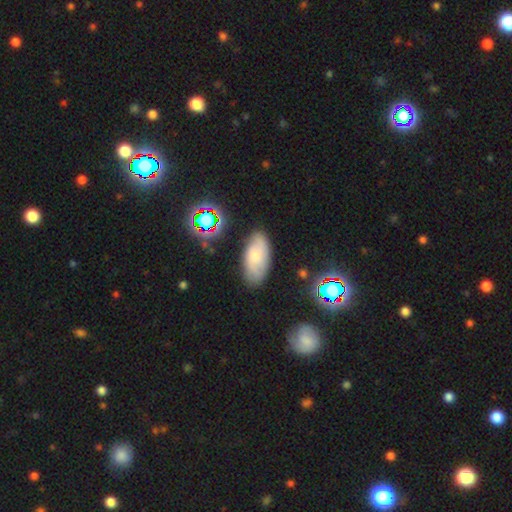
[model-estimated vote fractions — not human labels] smooth 57%, featured or disk 32%, star or artifact 11%. Down the decision tree: how rounded — in between (92%); merging — none (77%).